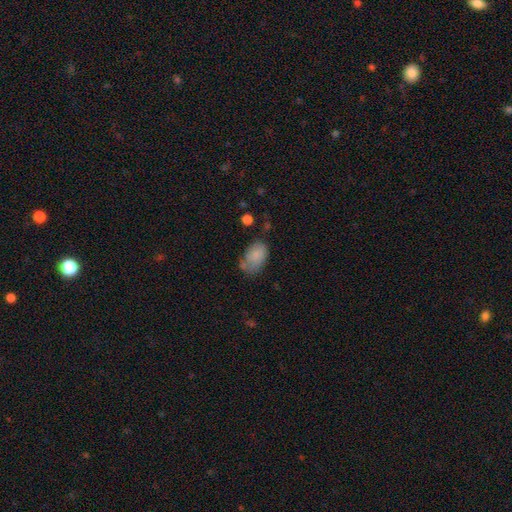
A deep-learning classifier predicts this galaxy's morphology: smooth_or_featured: smooth (p=0.81) [alt: featured or disk p=0.10]
how_rounded: in between (p=0.87) [alt: round p=0.12]
merging: none (p=0.50) [alt: minor disturbance p=0.30]